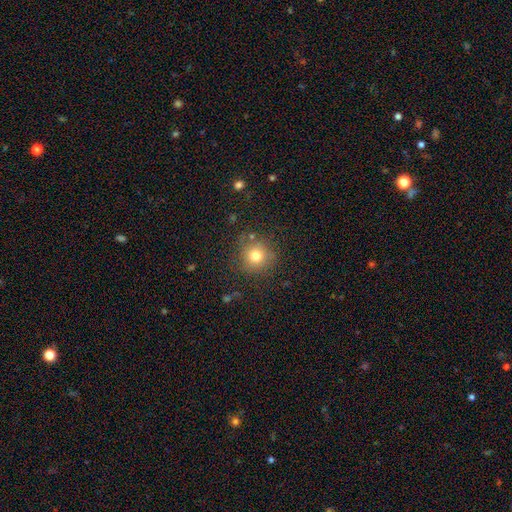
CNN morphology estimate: Smooth or featured: smooth — 76% (star or artifact — 15%)
How rounded: round — 92% (in between — 7%)
Merging: none — 82% (minor disturbance — 11%)